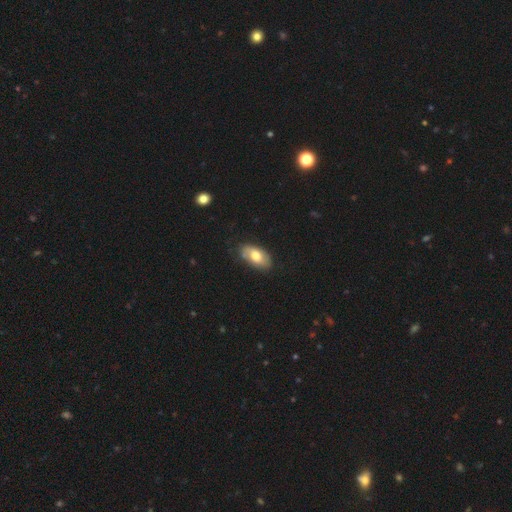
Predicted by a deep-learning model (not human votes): The model was most divided on "smooth or featured": smooth: 66%, featured or disk: 28%, star or artifact: 6%. More confident: how rounded — in between (93%); merging — none (73%).